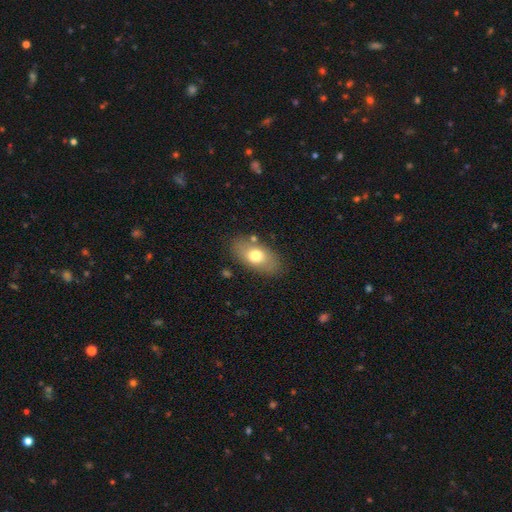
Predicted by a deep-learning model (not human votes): Q: Smooth or featured?
A: smooth (70%); runner-up: featured or disk (23%)
Q: How rounded?
A: in between (89%); runner-up: round (7%)
Q: Merging?
A: none (79%); runner-up: minor disturbance (13%)